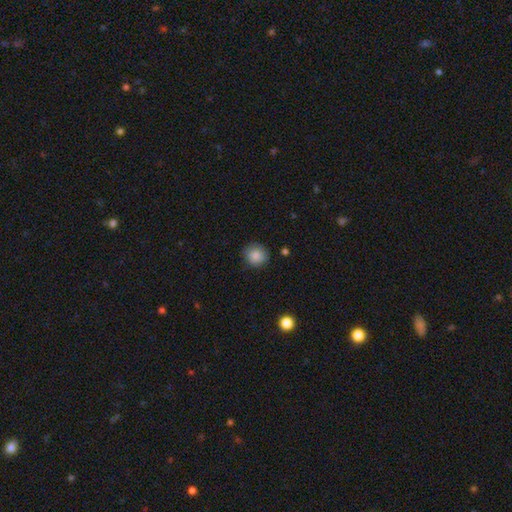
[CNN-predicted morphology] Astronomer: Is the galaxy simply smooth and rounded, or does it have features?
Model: smooth — 86%.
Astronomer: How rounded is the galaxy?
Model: round — 88%.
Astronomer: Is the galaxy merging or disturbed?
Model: none — 83%.